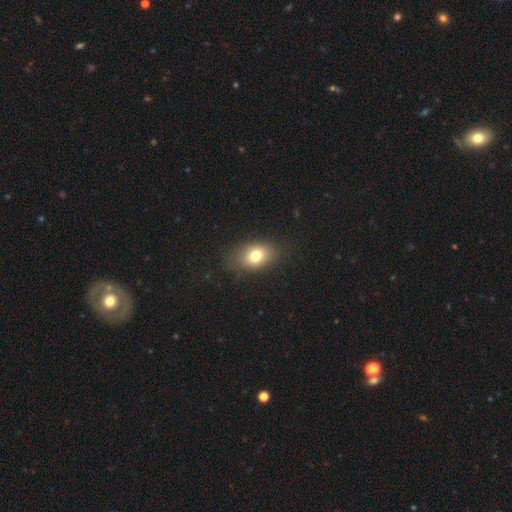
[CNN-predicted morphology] The model was most divided on "how rounded": in between: 77%, round: 22%, cigar-shaped: 2%. More confident: merging — none (81%); smooth or featured — smooth (77%).